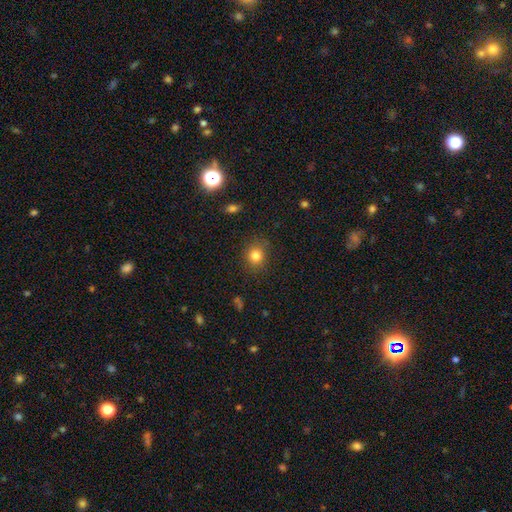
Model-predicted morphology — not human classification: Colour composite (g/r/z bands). It shows a smooth galaxy with no disk features (82%) that is round (82%). Merging: none (84%).